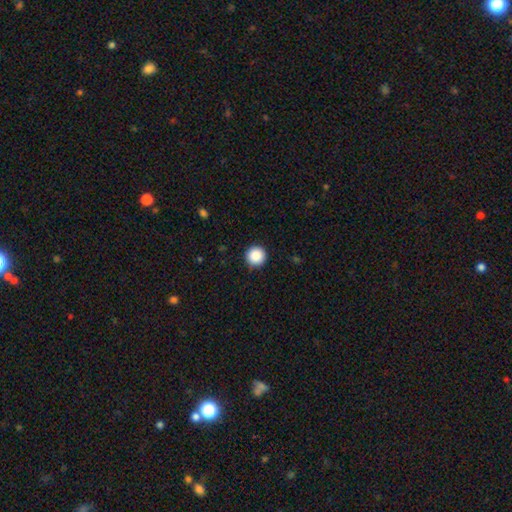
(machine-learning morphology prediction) smooth-or-featured: smooth: 89% | star or artifact: 9% | featured or disk: 3%
  how-rounded: round: 97% | in between: 3% | cigar-shaped: 1%
  merging: none: 92% | minor disturbance: 5% | major disturbance: 2% | merger: 1%